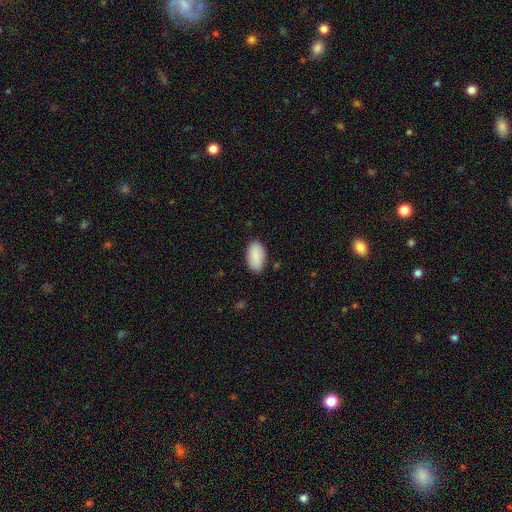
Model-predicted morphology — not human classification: smooth 90%, star or artifact 6%, featured or disk 4%. Down the decision tree: how rounded — in between (96%); merging — none (86%).